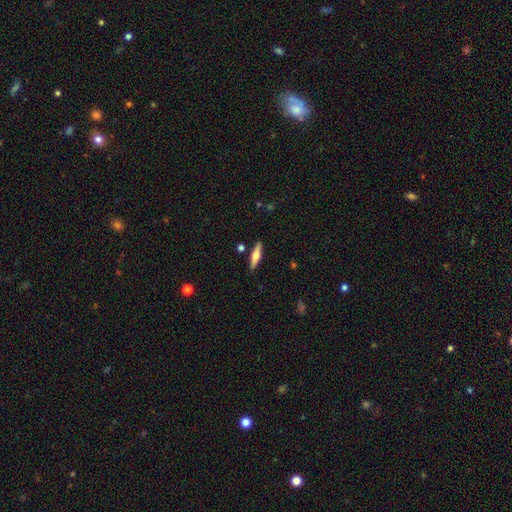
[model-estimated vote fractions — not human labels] smooth 48%, featured or disk 47%, star or artifact 6%. Down the decision tree: merging — none (88%).